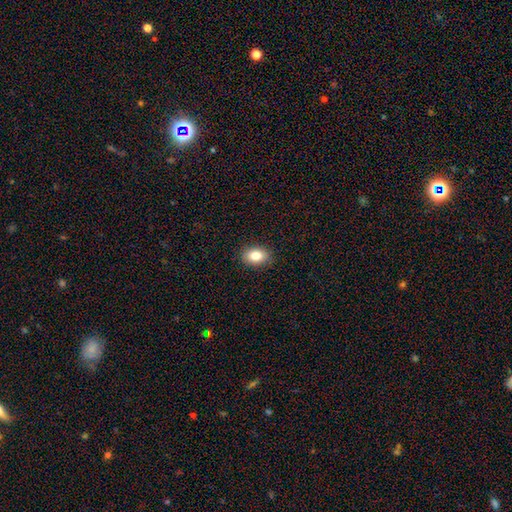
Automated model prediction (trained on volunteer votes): Overall: smooth (84%). How rounded: in between (76%). Merging: none (89%).